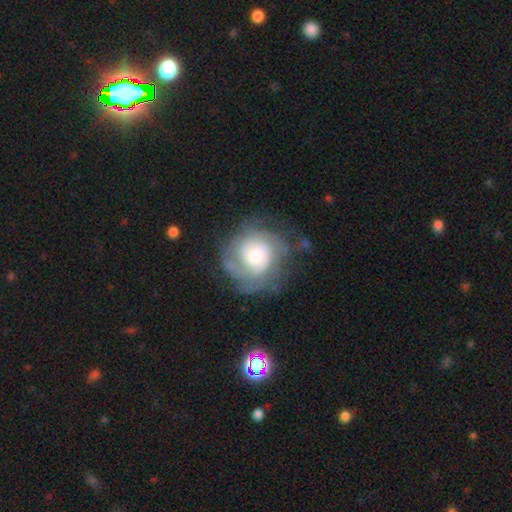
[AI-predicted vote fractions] featured or disk 73%, smooth 20%, star or artifact 7%. Down the decision tree: edge-on disk — no (98%); bar — no (74%); spiral arms — yes (91%); spiral arm count — can't tell (37%); spiral winding — tight (59%); bulge size — moderate (48%); merging — none (66%).